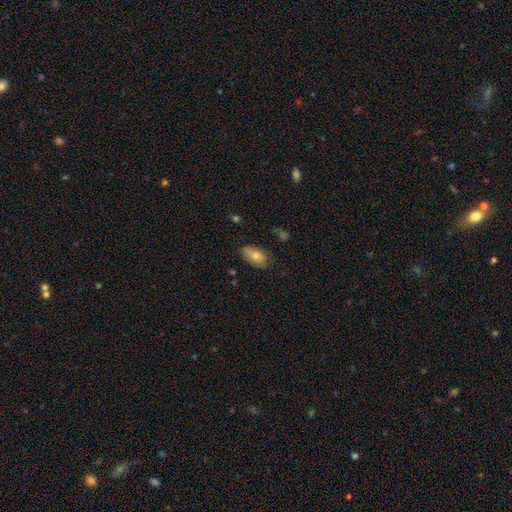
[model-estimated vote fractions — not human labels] The model was most divided on "merging": none: 73%, minor disturbance: 21%, major disturbance: 4%, merger: 2%. More confident: how rounded — in between (92%); smooth or featured — smooth (74%).